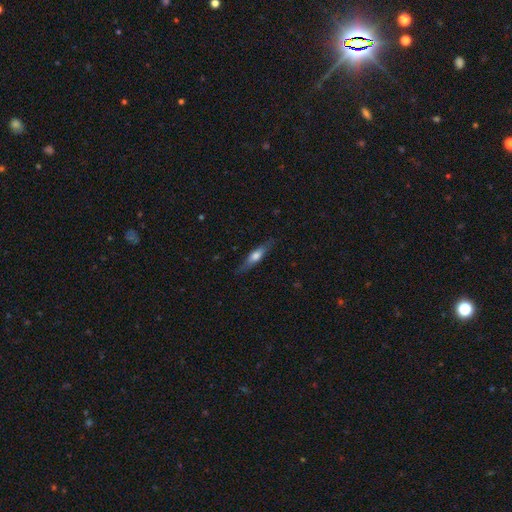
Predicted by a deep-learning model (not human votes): Morphology: type=featured or disk (48%); merging=none (83%).